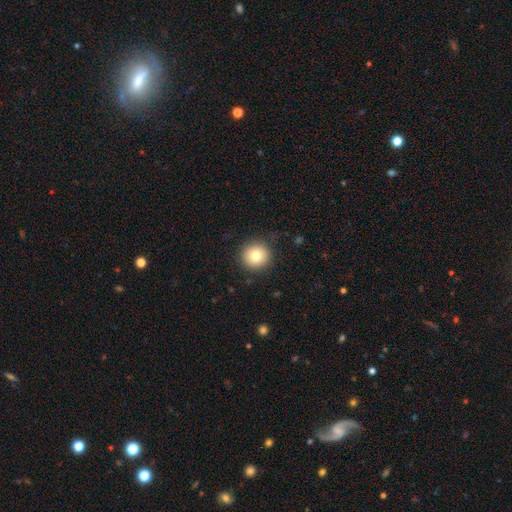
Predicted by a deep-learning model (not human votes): This is likely a smooth galaxy (78%). How rounded: clearly round (94%). Merging: clearly none (89%).